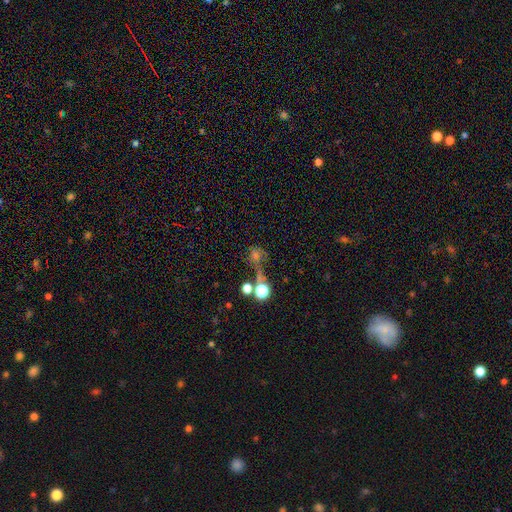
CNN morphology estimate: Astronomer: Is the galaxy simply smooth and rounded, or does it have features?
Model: smooth — 44% (runner-up: star or artifact, 35%).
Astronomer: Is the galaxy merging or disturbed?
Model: none — 39% (runner-up: major disturbance, 25%).